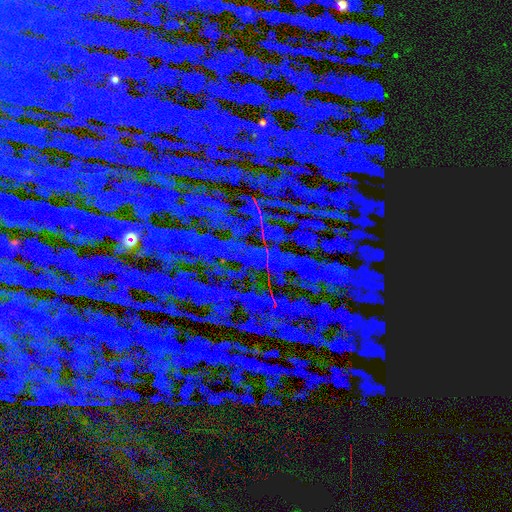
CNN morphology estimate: This appears to be a star or artifact, not a galaxy (80%).